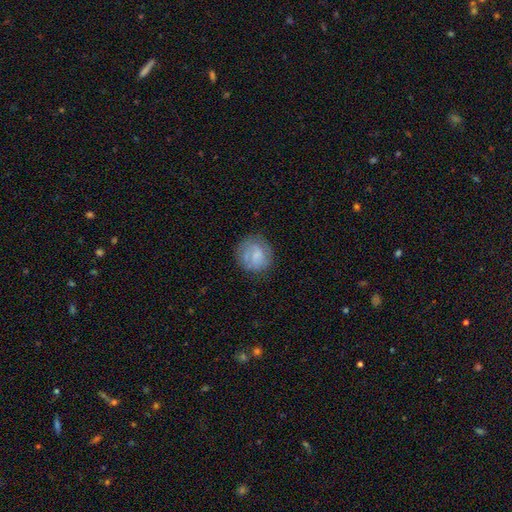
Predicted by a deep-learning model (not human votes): A smooth galaxy with no disk features (62%) that is round (84%).

Vote fractions:
- Smooth or featured? smooth: 62% / featured or disk: 30% / star or artifact: 7%
- How rounded? round: 84% / in between: 15% / cigar-shaped: 1%
- Merging? none: 69% / minor disturbance: 20% / major disturbance: 9% / merger: 2%